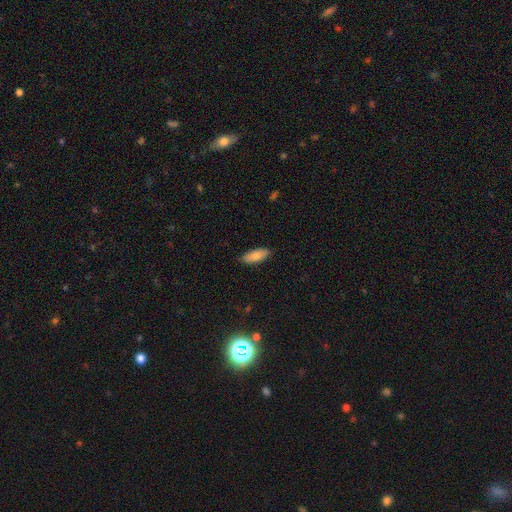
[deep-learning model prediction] smooth_or_featured: smooth (p=0.86) [alt: featured or disk p=0.08]
how_rounded: in between (p=0.77) [alt: cigar-shaped p=0.21]
merging: none (p=0.87) [alt: minor disturbance p=0.10]